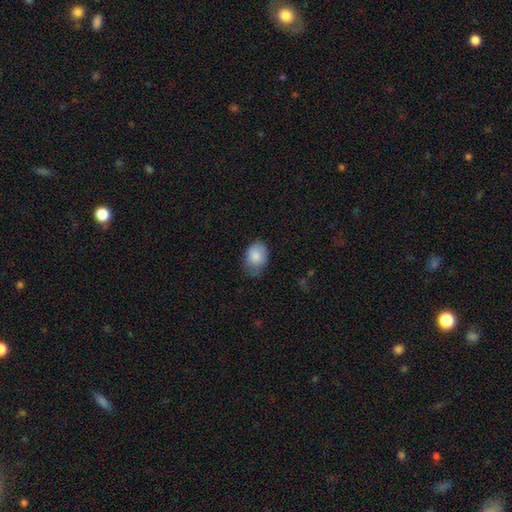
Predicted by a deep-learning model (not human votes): Overall: smooth (83%). How rounded: in between (67%; round 32%). Merging: none (52%; minor disturbance 36%).